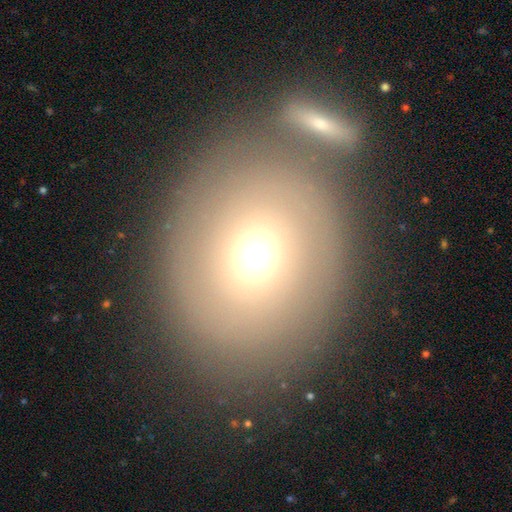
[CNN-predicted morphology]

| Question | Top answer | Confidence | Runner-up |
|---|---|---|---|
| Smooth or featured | smooth | 65% | featured or disk (22%) |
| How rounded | round | 72% | in between (27%) |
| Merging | none | 66% | merger (18%) |